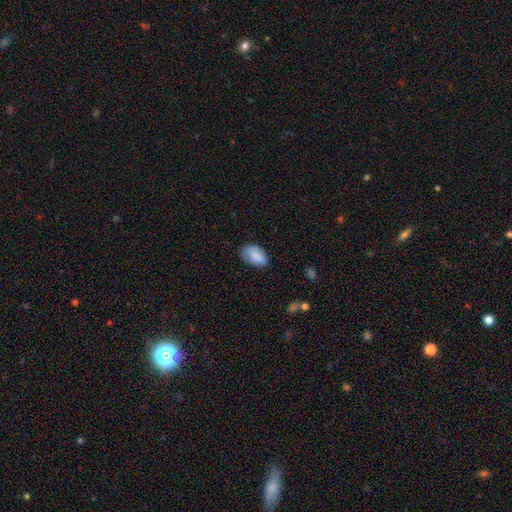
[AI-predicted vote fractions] Smooth or featured? Predicted: smooth (p=0.86). How rounded? Predicted: in between (p=0.93). Merging? Predicted: none (p=0.70).